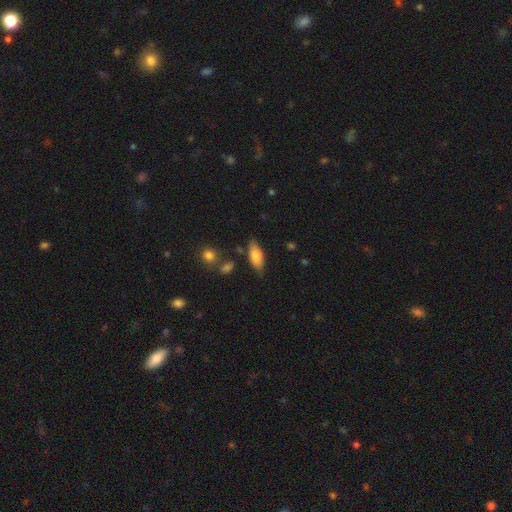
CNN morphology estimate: Smooth or featured? Predicted: smooth (p=0.74). How rounded? Predicted: in between (p=0.82). Merging? Predicted: none (p=0.75).